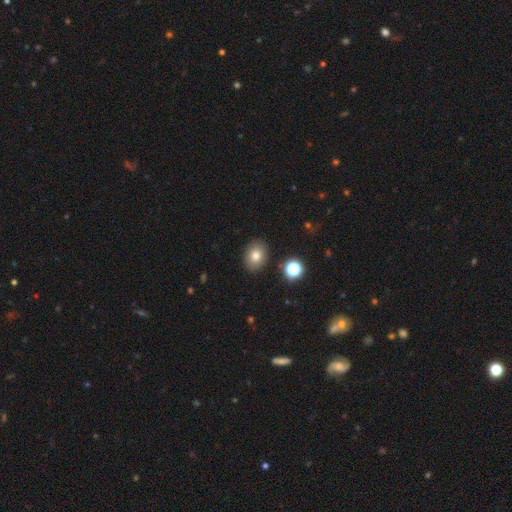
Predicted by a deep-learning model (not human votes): This is likely a smooth galaxy (78%). How rounded: possibly in between (59%). Merging: clearly none (88%).